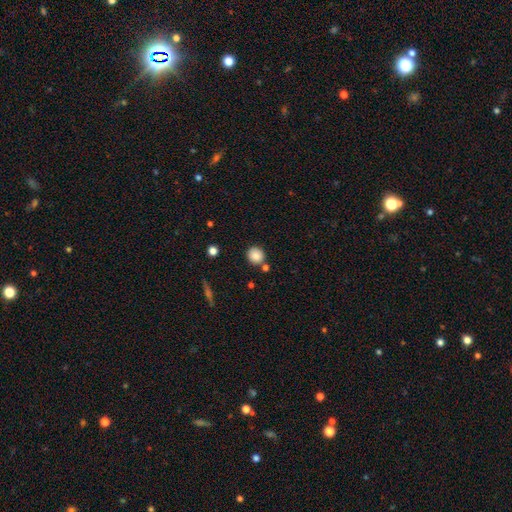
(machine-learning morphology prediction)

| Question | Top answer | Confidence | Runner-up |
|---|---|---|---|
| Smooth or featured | smooth | 85% | star or artifact (9%) |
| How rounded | round | 91% | in between (8%) |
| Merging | none | 81% | minor disturbance (9%) |